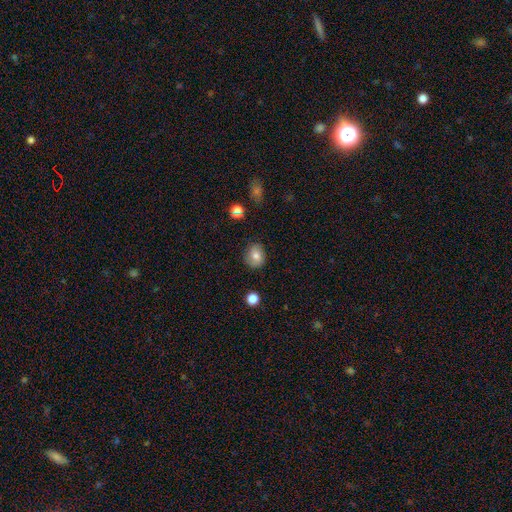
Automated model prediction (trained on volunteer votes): smooth 77%, featured or disk 13%, star or artifact 10%. Down the decision tree: how rounded — round (64%); merging — none (80%).